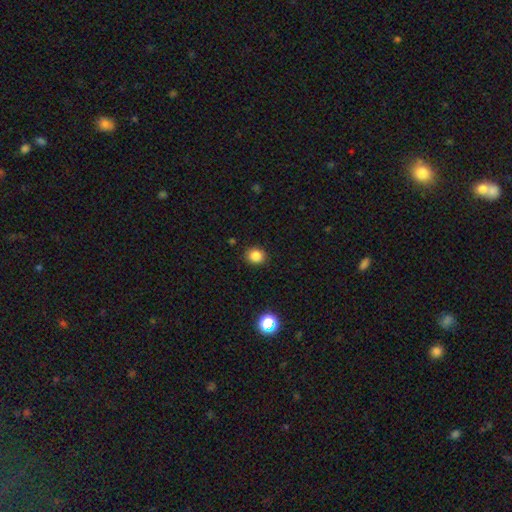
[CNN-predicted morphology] type=smooth (84%); roundness=round (76%); merging=none (90%).